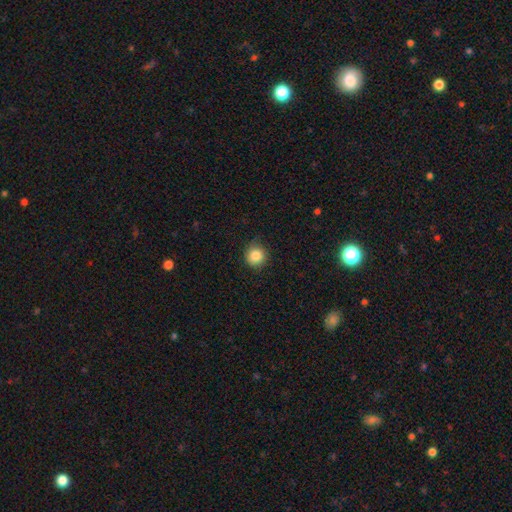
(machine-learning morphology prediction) This appears to be a smooth galaxy with no disk features (85%) that is round (92%). Merging: none (84%).